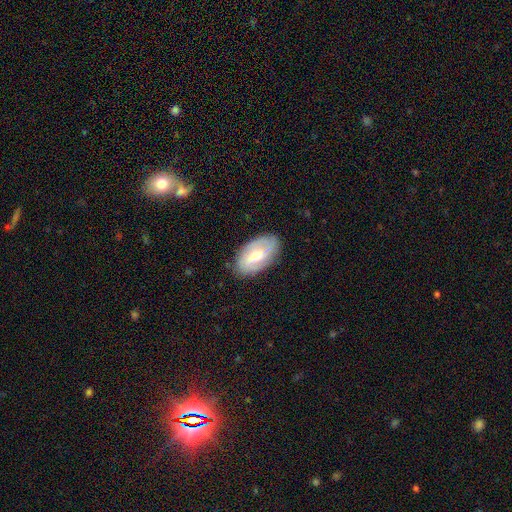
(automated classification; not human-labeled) Smooth or featured?
  - featured or disk: 52% *
  - smooth: 41%
  - star or artifact: 6%
Edge-on disk?
  - no: 93% *
  - yes: 7%
Merging?
  - none: 81% *
  - minor disturbance: 14%
  - major disturbance: 4%
  - merger: 1%